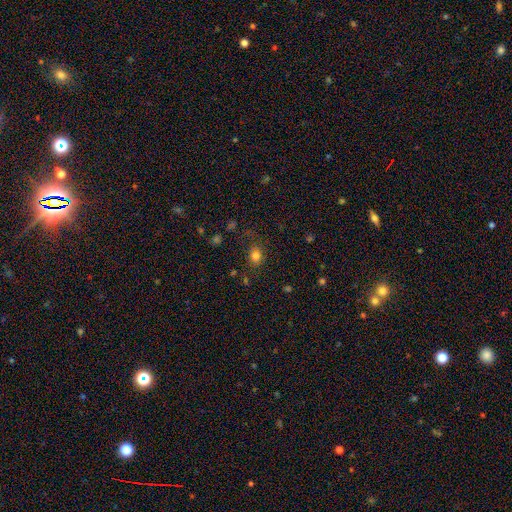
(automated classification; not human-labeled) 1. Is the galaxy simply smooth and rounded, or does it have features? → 80% smooth, 14% star or artifact, 6% featured or disk.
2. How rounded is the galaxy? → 57% round, 42% in between, 1% cigar-shaped.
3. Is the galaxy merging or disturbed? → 79% none, 14% minor disturbance, 5% major disturbance, 2% merger.